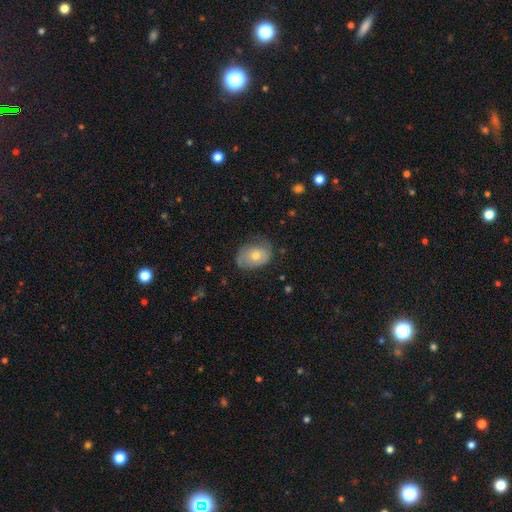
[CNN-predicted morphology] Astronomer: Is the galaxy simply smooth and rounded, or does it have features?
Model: smooth — 56% (runner-up: featured or disk, 37%).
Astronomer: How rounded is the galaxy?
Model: in between — 72%.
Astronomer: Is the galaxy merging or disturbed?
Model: none — 54% (runner-up: minor disturbance, 32%).